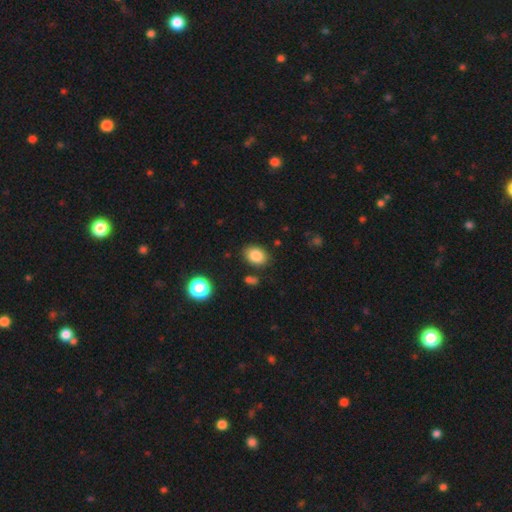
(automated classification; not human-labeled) Smooth or featured: smooth — 85% (star or artifact — 9%)
How rounded: in between — 70% (round — 29%)
Merging: none — 84% (minor disturbance — 10%)